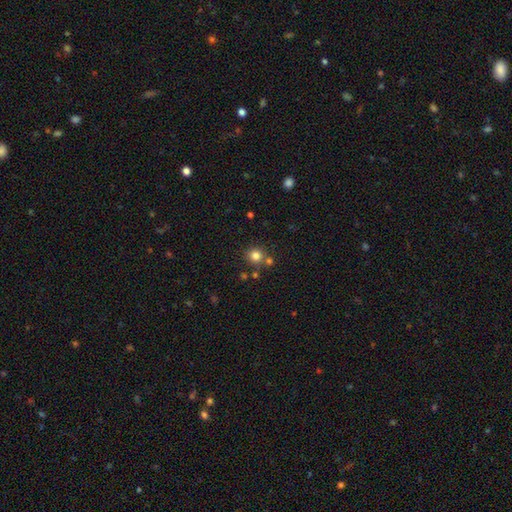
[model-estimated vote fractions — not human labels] smooth_or_featured: smooth (p=0.80) [alt: star or artifact p=0.13]
how_rounded: round (p=0.88) [alt: in between p=0.11]
merging: none (p=0.73) [alt: merger p=0.15]